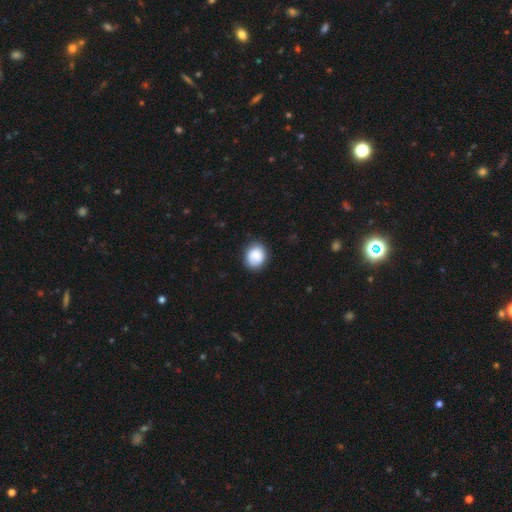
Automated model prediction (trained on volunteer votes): Overall: smooth (84%). How rounded: round (58%; in between 41%). Merging: none (79%).